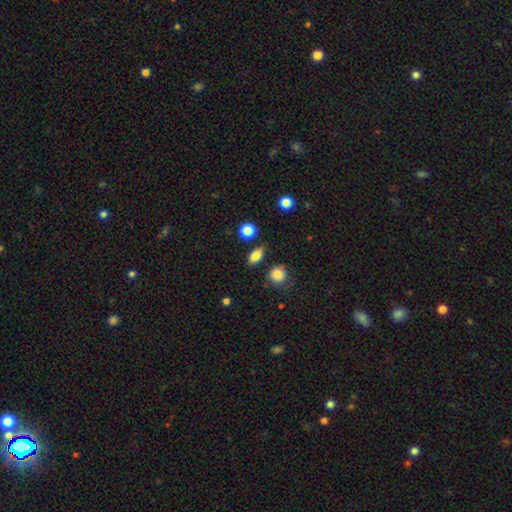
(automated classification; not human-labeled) This appears to be a smooth galaxy with no disk features (83%) that is in between round and cigar-shaped (76%). Merging: none (84%).